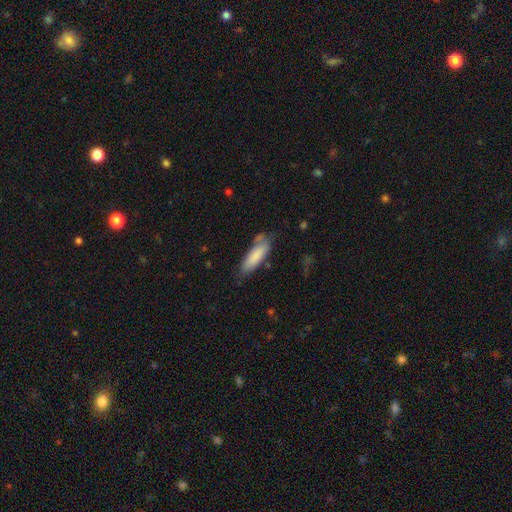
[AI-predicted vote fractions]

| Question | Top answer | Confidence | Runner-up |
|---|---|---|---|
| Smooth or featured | smooth | 82% | featured or disk (12%) |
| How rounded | cigar-shaped | 51% | in between (48%) |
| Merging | none | 62% | minor disturbance (25%) |